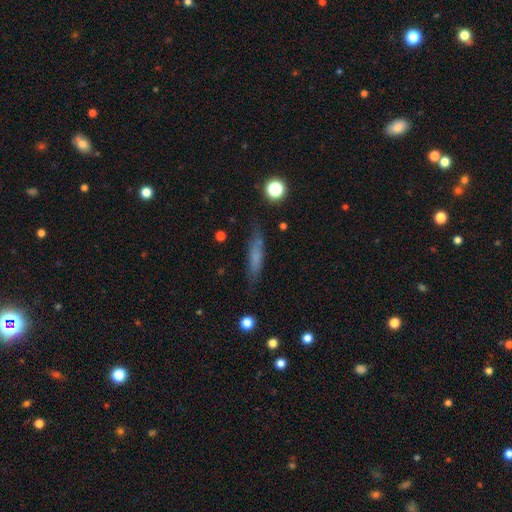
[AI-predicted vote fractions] Morphology: type=smooth (64%); roundness=cigar-shaped (83%); merging=none (78%).